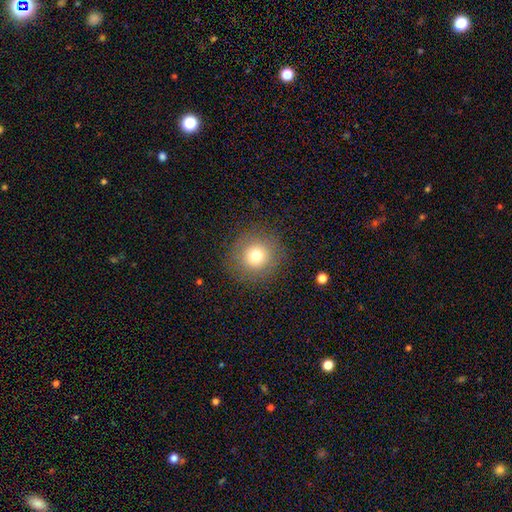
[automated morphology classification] A smooth galaxy with no disk features (74%) that is round (93%).

Vote fractions:
- Smooth or featured? smooth: 74% / star or artifact: 14% / featured or disk: 12%
- How rounded? round: 93% / in between: 6% / cigar-shaped: 1%
- Merging? none: 87% / minor disturbance: 8% / major disturbance: 4% / merger: 1%